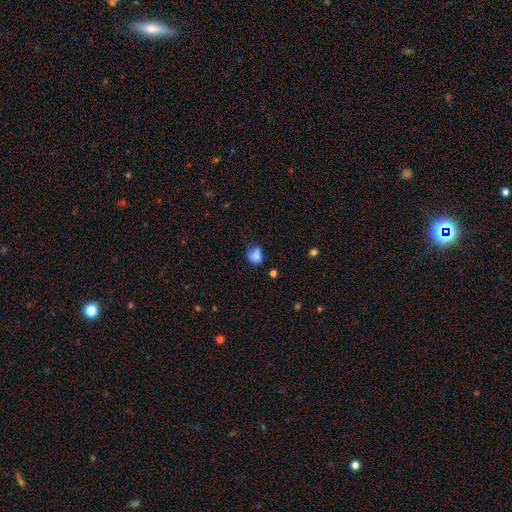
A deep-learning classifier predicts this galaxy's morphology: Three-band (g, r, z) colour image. It shows a smooth galaxy with no disk features (81%) that is round (63%). Merging: none (50%).